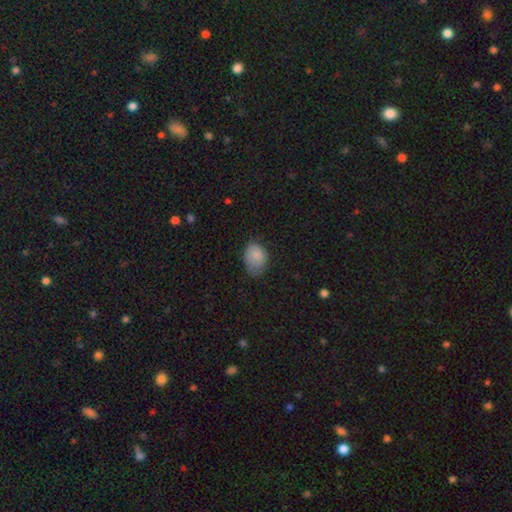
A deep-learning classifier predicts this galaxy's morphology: Overall: smooth (84%). How rounded: in between (74%). Merging: none (49%; minor disturbance 38%).